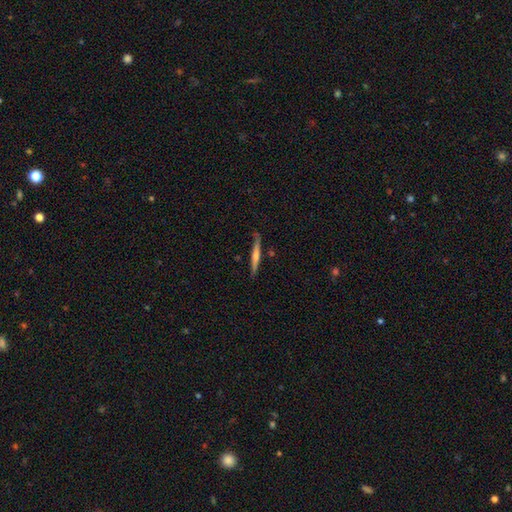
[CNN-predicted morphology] The model was most divided on "smooth or featured": featured or disk: 60%, smooth: 34%, star or artifact: 6%. More confident: edge-on disk — yes (97%); merging — none (85%); edge-on bulge — rounded (63%).